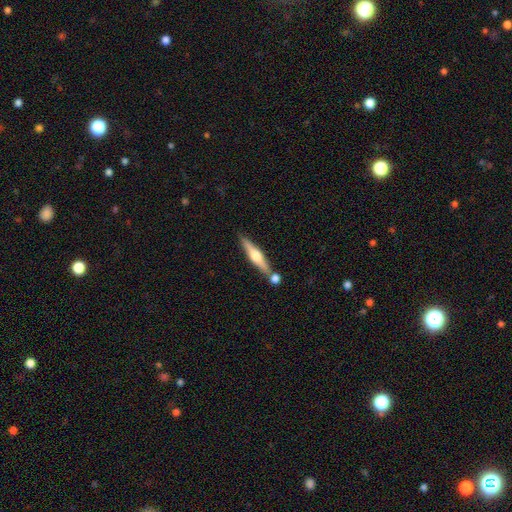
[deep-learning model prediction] Smooth or featured?
  - featured or disk: 62% *
  - smooth: 32%
  - star or artifact: 5%
Edge-on disk?
  - yes: 96% *
  - no: 4%
Edge-on bulge?
  - rounded: 90% *
  - boxy: 6%
  - none: 3%
Merging?
  - none: 73% *
  - merger: 15%
  - minor disturbance: 10%
  - major disturbance: 3%